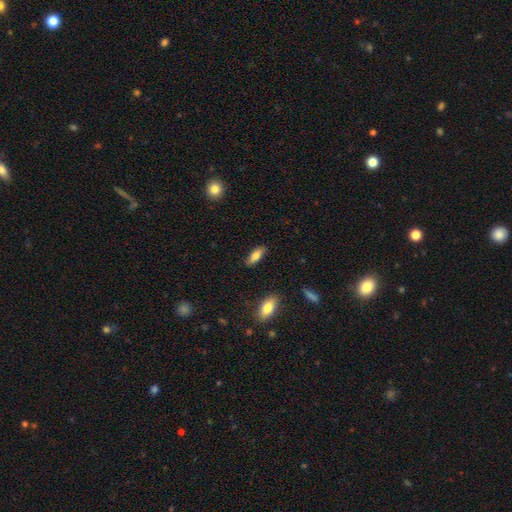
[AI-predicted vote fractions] A smooth galaxy with no disk features (72%) that is in between round and cigar-shaped (65%). Merging: none (85%).